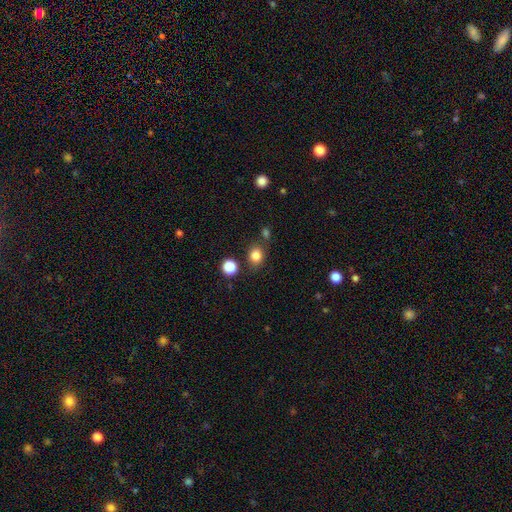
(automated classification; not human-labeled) Q: Smooth or featured?
A: smooth (82%); runner-up: star or artifact (12%)
Q: How rounded?
A: round (65%); runner-up: in between (34%)
Q: Merging?
A: none (76%); runner-up: minor disturbance (13%)